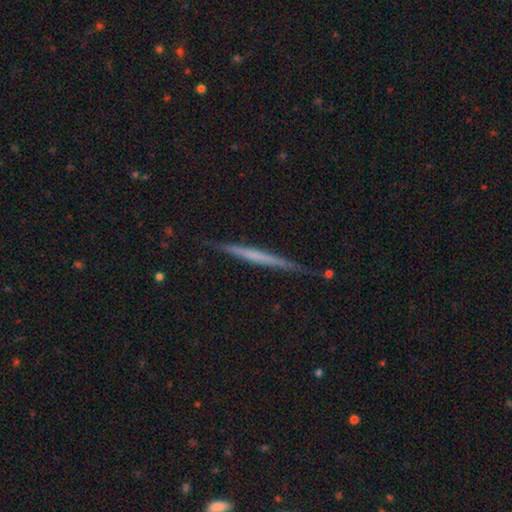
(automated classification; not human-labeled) Smooth or featured? Predicted: featured or disk (p=0.60). Edge-on disk? Predicted: yes (p=0.97). Edge-on bulge? Predicted: none (p=0.83). Merging? Predicted: none (p=0.87).